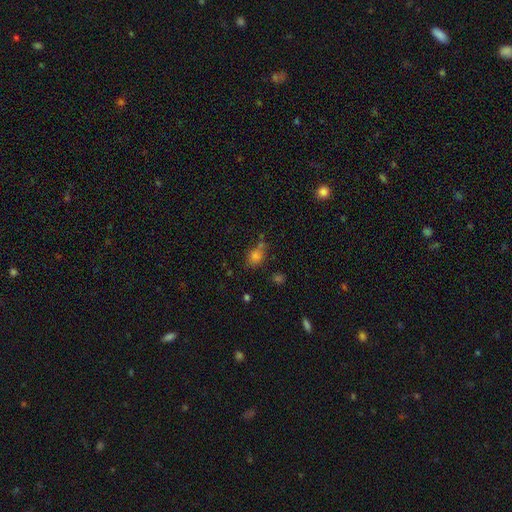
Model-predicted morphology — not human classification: Q: Smooth or featured?
A: smooth (74%); runner-up: star or artifact (17%)
Q: How rounded?
A: round (51%); runner-up: in between (46%)
Q: Merging?
A: none (52%); runner-up: minor disturbance (20%)